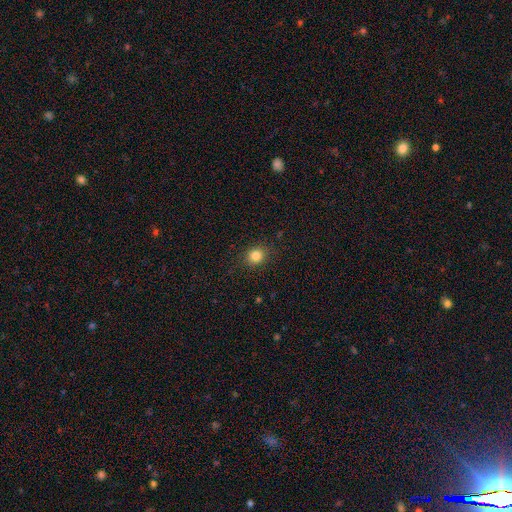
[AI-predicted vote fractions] The model was most divided on "how rounded": round: 74%, in between: 25%, cigar-shaped: 1%. More confident: merging — none (89%); smooth or featured — smooth (83%).